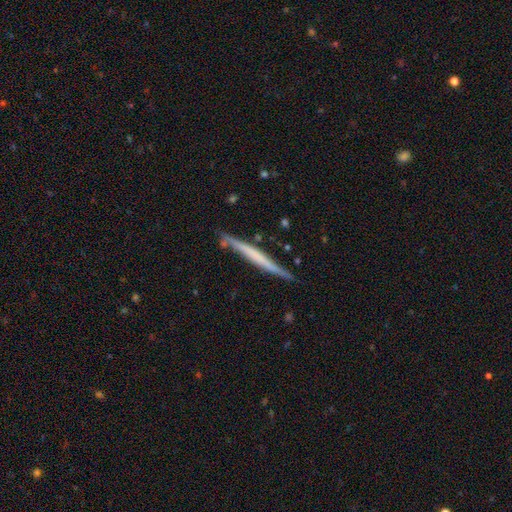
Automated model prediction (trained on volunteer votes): Smooth or featured? featured or disk (54%)
Edge-on disk? yes (96%)
Edge-on bulge? none (82%)
Merging? none (83%)